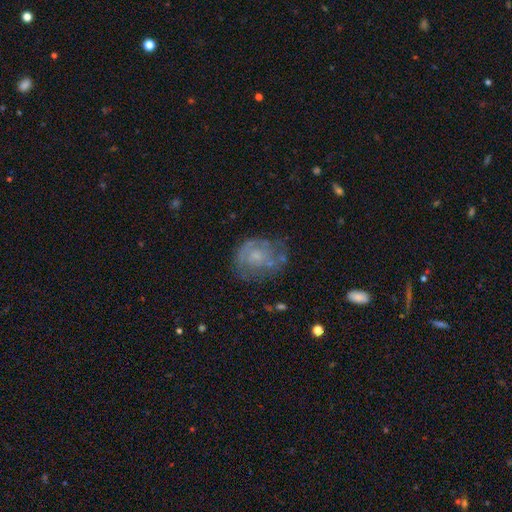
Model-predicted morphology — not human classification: smooth_or_featured: featured or disk (p=0.64) [alt: smooth p=0.28]
disk_edge_on: no (p=0.98) [alt: yes p=0.02]
bar: no (p=0.78) [alt: weak p=0.19]
has_spiral_arms: yes (p=0.67) [alt: no p=0.33]
bulge_size: small (p=0.51) [alt: moderate p=0.26]
merging: none (p=0.58) [alt: minor disturbance p=0.23]